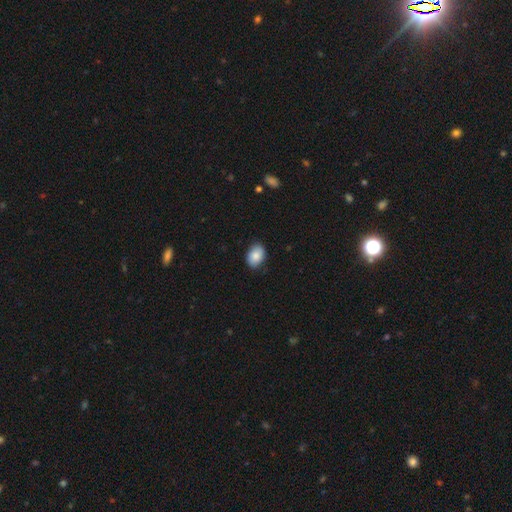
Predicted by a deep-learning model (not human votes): Morphology: type=smooth (86%); roundness=in between (78%); merging=none (84%).